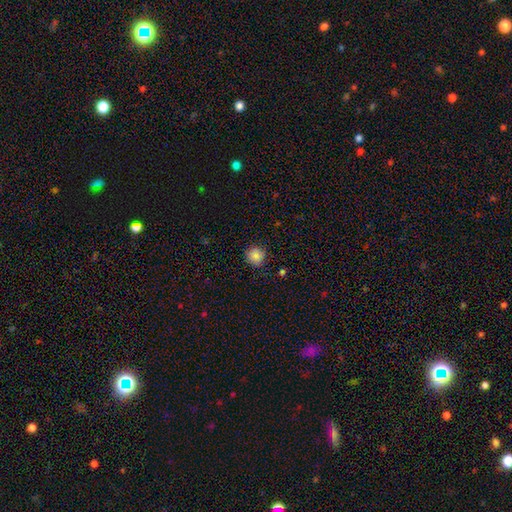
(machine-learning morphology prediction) smooth_or_featured: smooth (p=0.86) [alt: star or artifact p=0.10]
how_rounded: round (p=0.93) [alt: in between p=0.06]
merging: none (p=0.86) [alt: minor disturbance p=0.10]